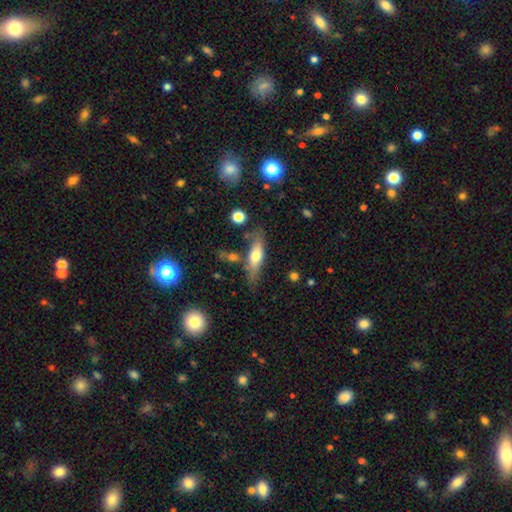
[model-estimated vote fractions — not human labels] smooth-or-featured: smooth: 54% | featured or disk: 39% | star or artifact: 7%
  how-rounded: cigar-shaped: 58% | in between: 39% | round: 3%
  merging: none: 69% | minor disturbance: 17% | merger: 9% | major disturbance: 5%